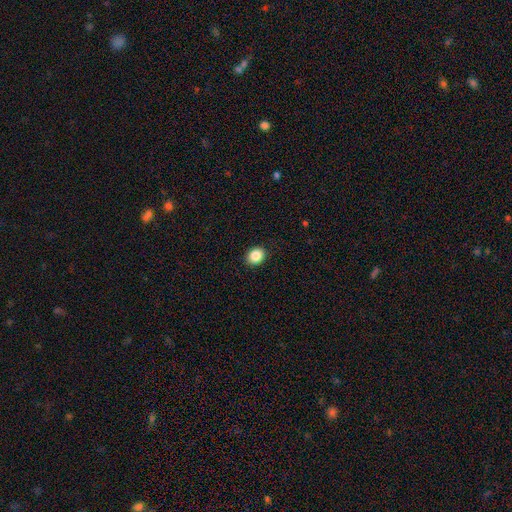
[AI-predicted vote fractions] smooth-or-featured: smooth: 87% | star or artifact: 9% | featured or disk: 4%
  how-rounded: round: 54% | in between: 45% | cigar-shaped: 1%
  merging: none: 91% | minor disturbance: 6% | major disturbance: 2% | merger: 1%